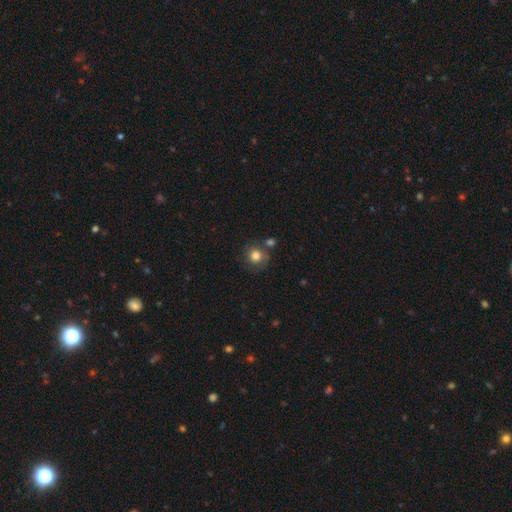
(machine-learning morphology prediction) type=smooth (80%); roundness=round (88%); merging=none (71%).